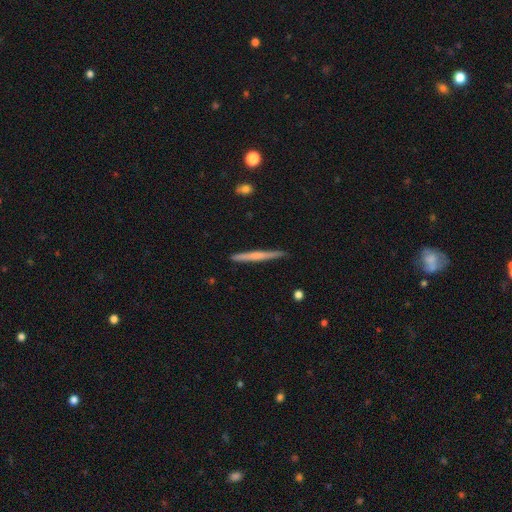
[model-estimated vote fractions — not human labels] Smooth or featured?
  - featured or disk: 49% *
  - smooth: 45%
  - star or artifact: 6%
Merging?
  - none: 90% *
  - minor disturbance: 8%
  - major disturbance: 1%
  - merger: 1%